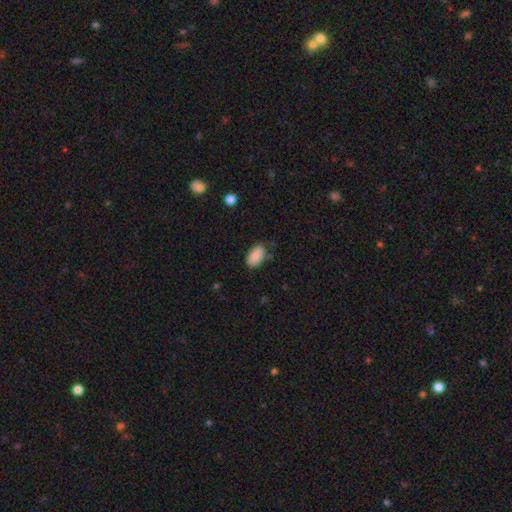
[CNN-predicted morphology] Smooth or featured: smooth — 85% (star or artifact — 7%)
How rounded: in between — 93% (round — 6%)
Merging: none — 70% (minor disturbance — 23%)